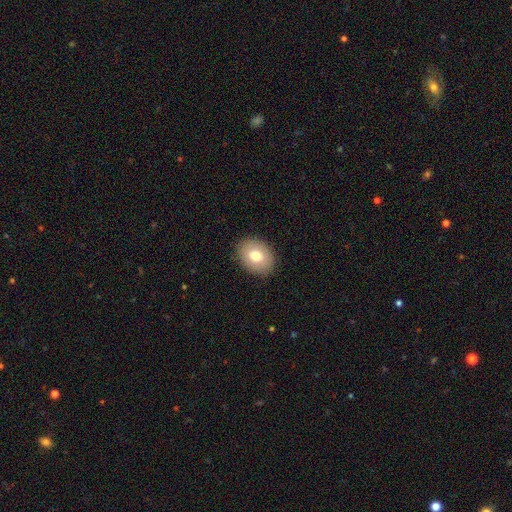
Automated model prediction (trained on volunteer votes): A smooth galaxy with no disk features (75%) that is in between round and cigar-shaped (65%). Merging: none (88%).